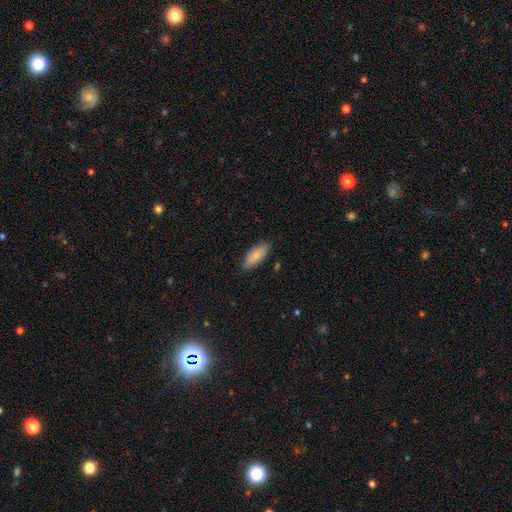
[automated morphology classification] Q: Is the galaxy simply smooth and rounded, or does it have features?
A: smooth — 84%.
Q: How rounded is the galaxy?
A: in between — 84%.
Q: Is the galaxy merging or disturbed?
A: none — 84%.